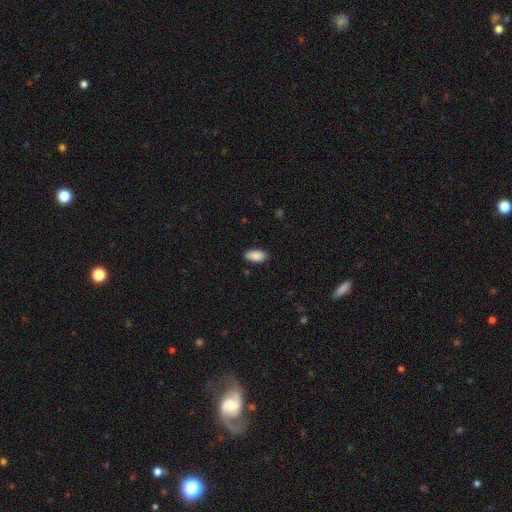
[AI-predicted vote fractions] Q: Smooth or featured?
A: smooth (89%); runner-up: star or artifact (6%)
Q: How rounded?
A: in between (94%); runner-up: cigar-shaped (3%)
Q: Merging?
A: none (87%); runner-up: minor disturbance (10%)